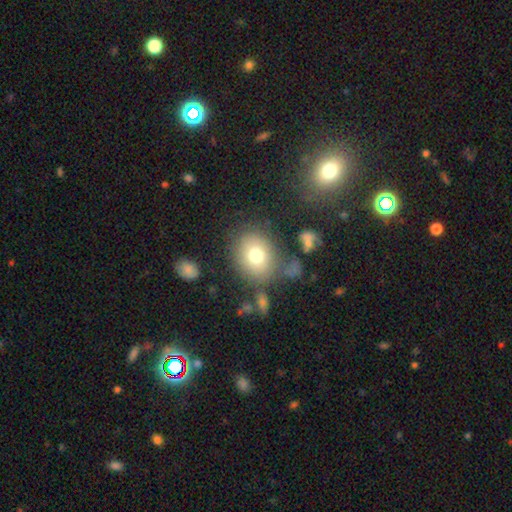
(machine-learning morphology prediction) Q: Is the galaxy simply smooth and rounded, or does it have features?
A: smooth — 73%.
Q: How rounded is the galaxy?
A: round — 59%.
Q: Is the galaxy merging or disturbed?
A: none — 68%.